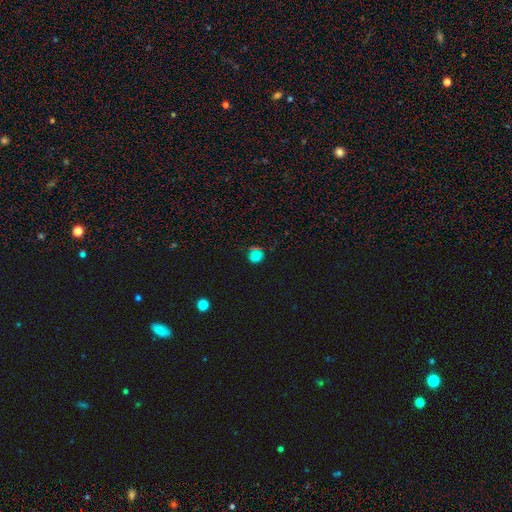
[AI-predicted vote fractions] This is likely a smooth galaxy (66%). How rounded: clearly round (87%). Merging: likely none (70%).